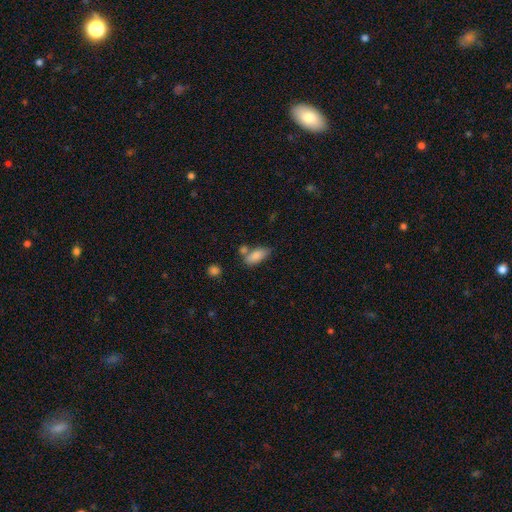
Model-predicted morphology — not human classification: This is clearly a smooth galaxy (83%). How rounded: clearly in between (87%). Merging: possibly none (48%).